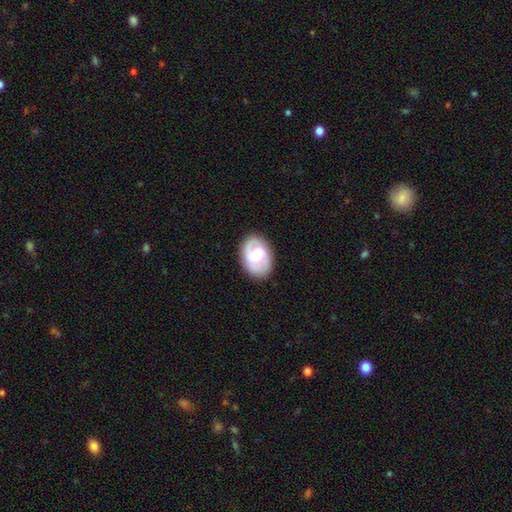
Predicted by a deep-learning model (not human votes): Smooth or featured? featured or disk (59%)
Edge-on disk? no (95%)
Bar? no (42%)
Spiral arms? yes (51%)
Bulge size? moderate (60%)
Merging? none (85%)